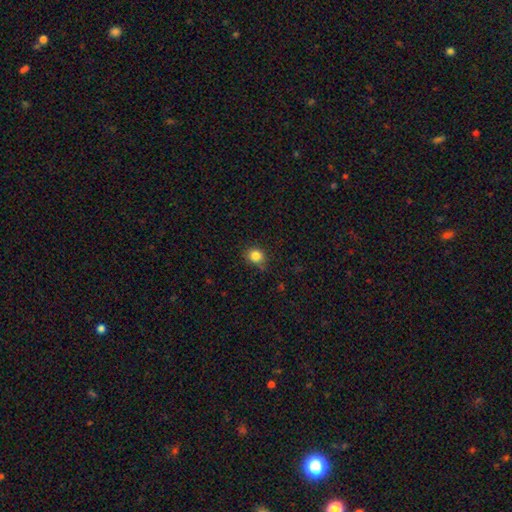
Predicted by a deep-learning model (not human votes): Smooth or featured: smooth — 84% (star or artifact — 12%)
How rounded: round — 77% (in between — 22%)
Merging: none — 78% (minor disturbance — 17%)